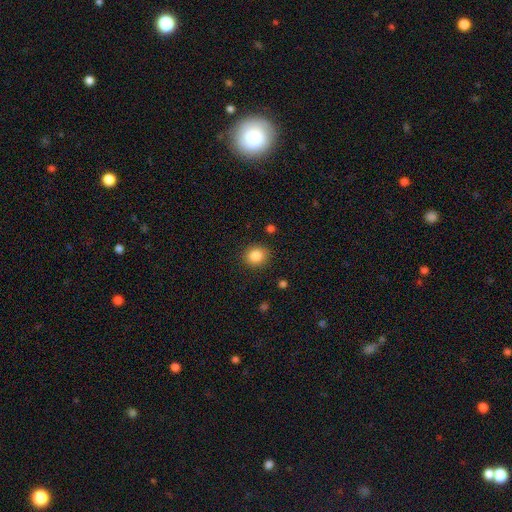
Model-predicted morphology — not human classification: Smooth or featured? smooth (86%)
How rounded? round (78%)
Merging? none (88%)